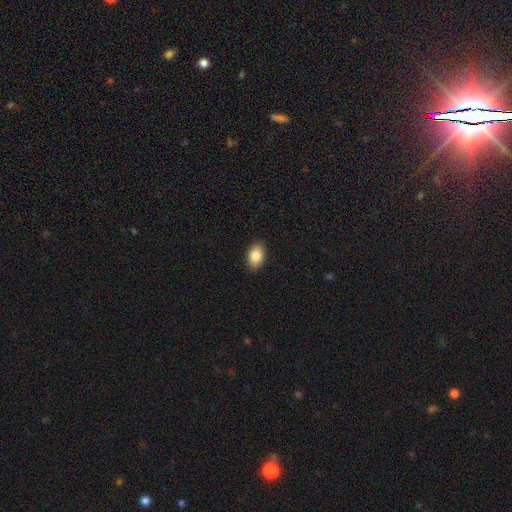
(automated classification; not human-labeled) smooth 86%, star or artifact 7%, featured or disk 7%. Down the decision tree: how rounded — in between (90%); merging — none (89%).